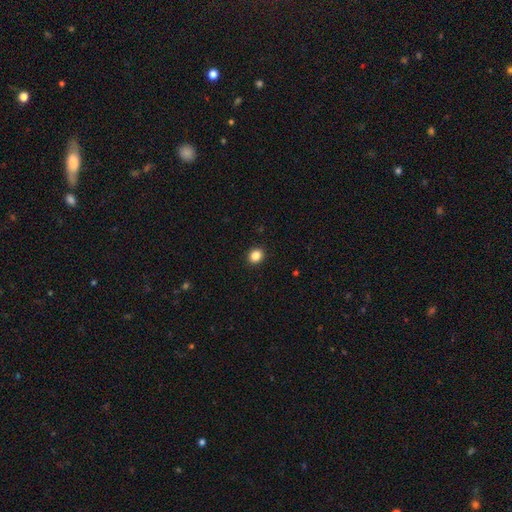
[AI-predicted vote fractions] Smooth or featured? Predicted: smooth (p=0.86). How rounded? Predicted: round (p=0.72). Merging? Predicted: none (p=0.92).